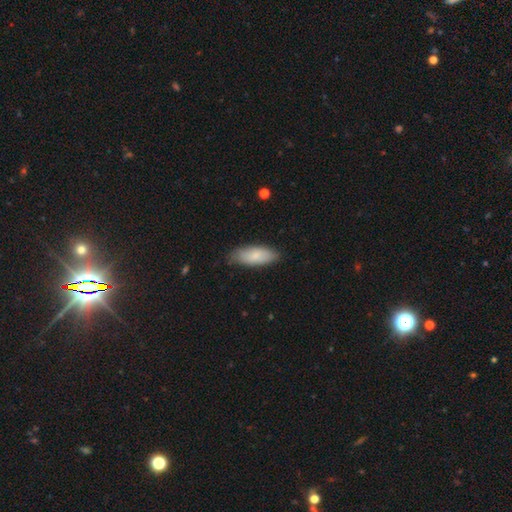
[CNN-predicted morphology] A smooth galaxy with no disk features (82%) that is in between round and cigar-shaped (76%).

Vote fractions:
- Smooth or featured? smooth: 82% / featured or disk: 13% / star or artifact: 6%
- How rounded? in between: 76% / cigar-shaped: 22% / round: 2%
- Merging? none: 77% / minor disturbance: 19% / major disturbance: 3% / merger: 1%